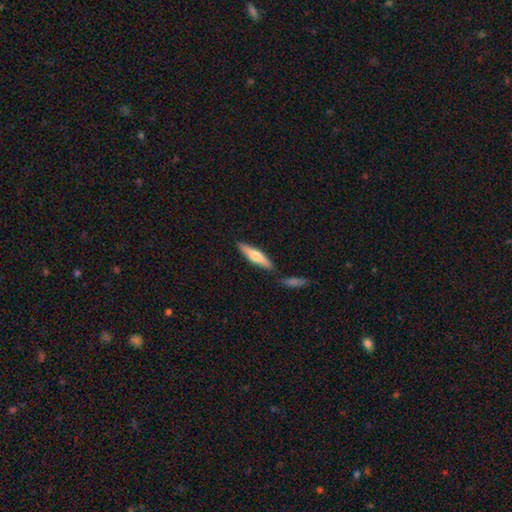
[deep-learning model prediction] This is possibly a smooth galaxy (52%). How rounded: likely cigar-shaped (79%). Merging: likely none (79%).